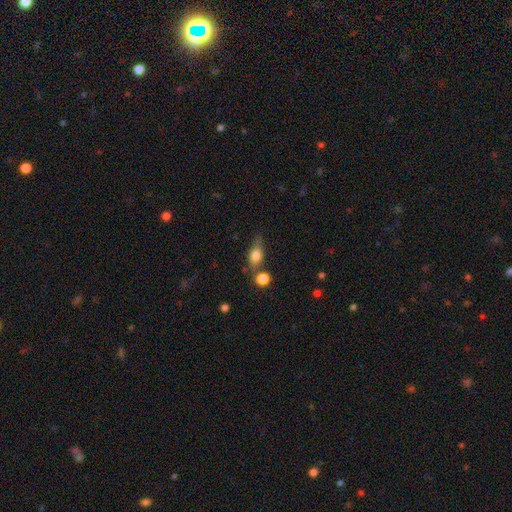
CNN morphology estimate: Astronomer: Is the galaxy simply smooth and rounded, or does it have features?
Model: smooth — 74%.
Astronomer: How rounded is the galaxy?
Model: in between — 68%.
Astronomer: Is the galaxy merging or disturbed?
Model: none — 53%.